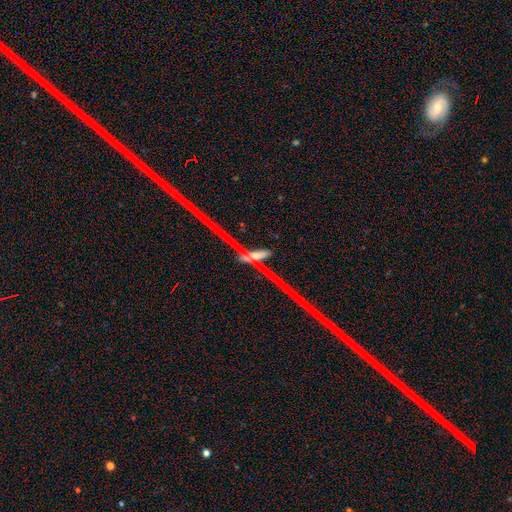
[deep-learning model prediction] This appears to be a featured or disk galaxy (53%) viewed edge-on (83%). Merging: none (64%).